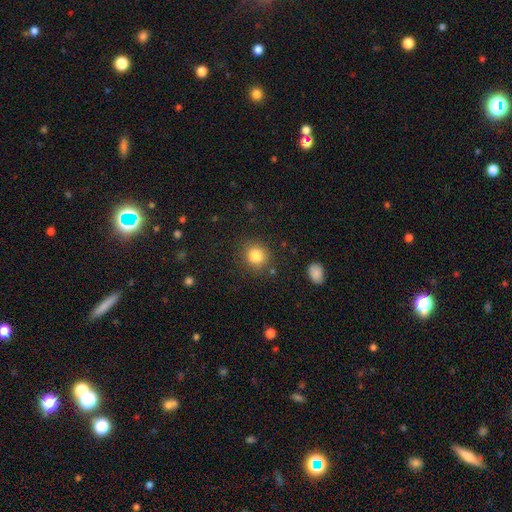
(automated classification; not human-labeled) smooth-or-featured: smooth: 84% | star or artifact: 11% | featured or disk: 6%
  how-rounded: round: 86% | in between: 13% | cigar-shaped: 1%
  merging: none: 85% | minor disturbance: 9% | major disturbance: 3% | merger: 2%